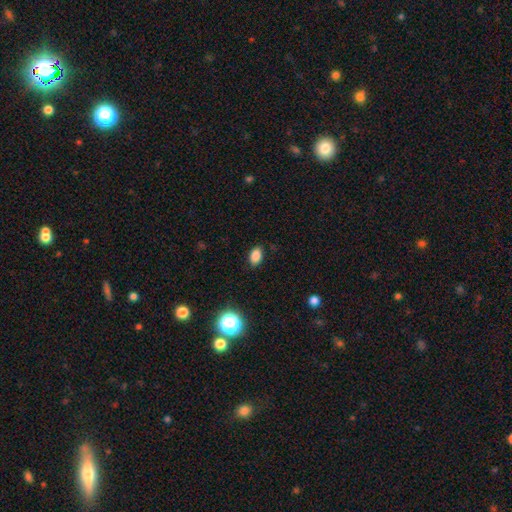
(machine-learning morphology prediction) Smooth or featured? Predicted: smooth (p=0.84). How rounded? Predicted: in between (p=0.85). Merging? Predicted: none (p=0.86).